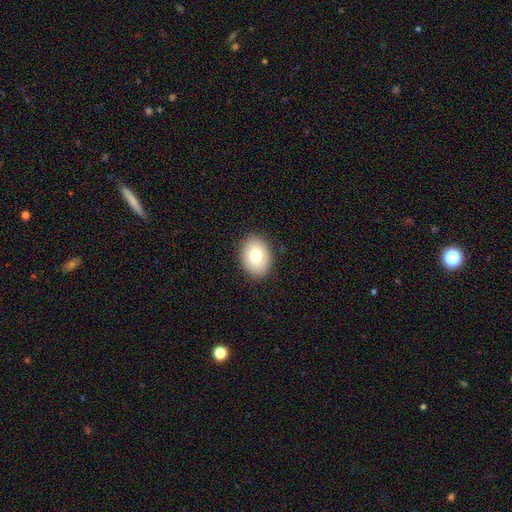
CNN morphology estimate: Smooth or featured? Predicted: smooth (p=0.76). How rounded? Predicted: in between (p=0.65). Merging? Predicted: none (p=0.89).